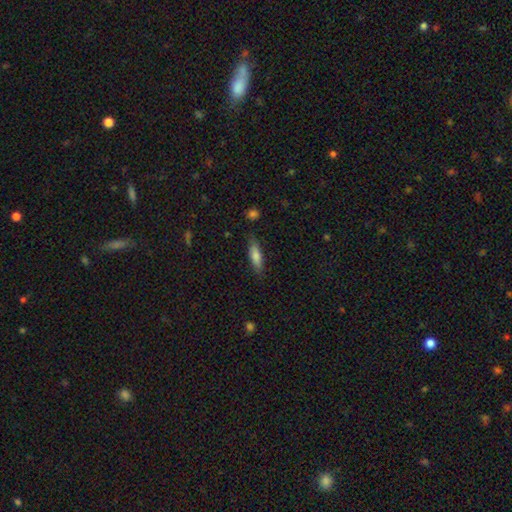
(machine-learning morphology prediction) This appears to be a smooth galaxy with no disk features (80%) that is cigar-shaped (57%). Merging: none (83%).